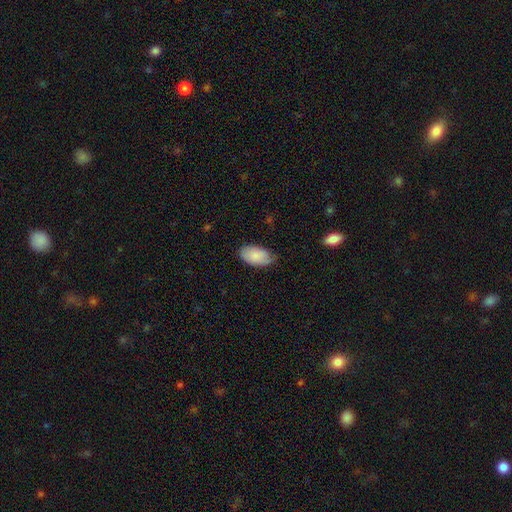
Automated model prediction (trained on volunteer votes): This appears to be a smooth galaxy with no disk features (82%) that is in between round and cigar-shaped (95%). Merging: none (60%).